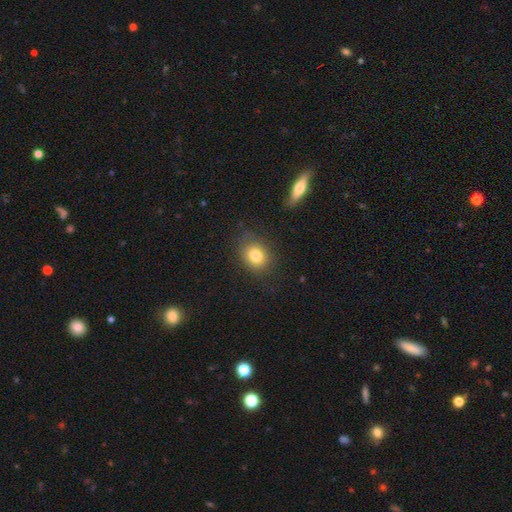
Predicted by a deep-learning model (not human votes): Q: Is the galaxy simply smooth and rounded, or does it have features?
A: smooth — 80%.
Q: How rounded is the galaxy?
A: round — 54%.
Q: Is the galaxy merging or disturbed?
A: none — 79%.